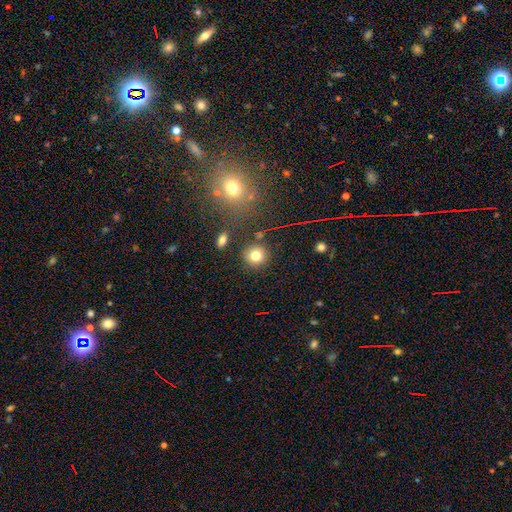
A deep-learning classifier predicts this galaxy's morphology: Smooth or featured? smooth (78%)
How rounded? round (90%)
Merging? none (85%)